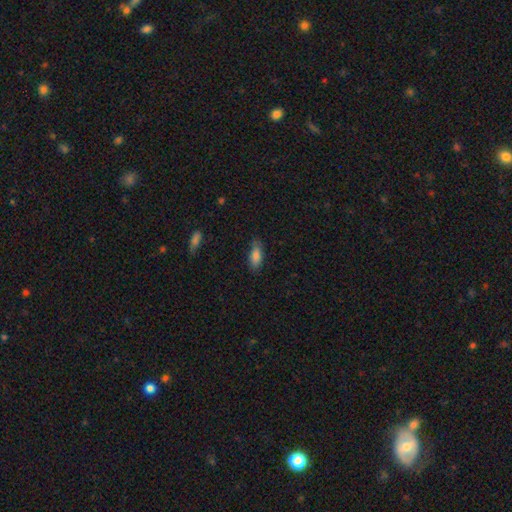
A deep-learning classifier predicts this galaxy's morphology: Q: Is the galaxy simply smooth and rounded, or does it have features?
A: smooth — 84%.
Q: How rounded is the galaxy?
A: in between — 80%.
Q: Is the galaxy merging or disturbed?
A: none — 75%.